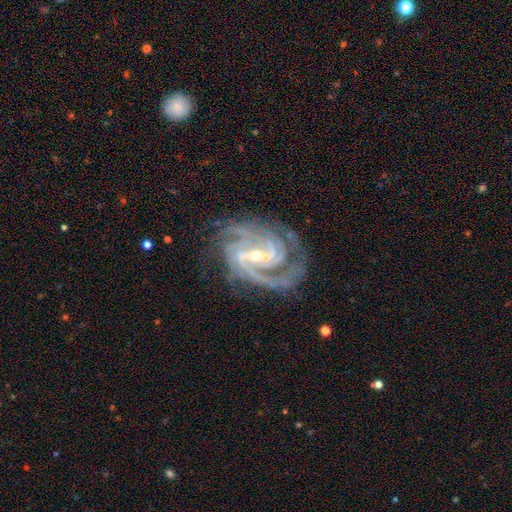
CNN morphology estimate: Smooth or featured? featured or disk (92%)
Edge-on disk? no (98%)
Bar? weak (40%)
Spiral arms? yes (99%)
Spiral winding? tight (57%)
Spiral arm count? 3 (37%)
Bulge size? small (67%)
Merging? none (69%)